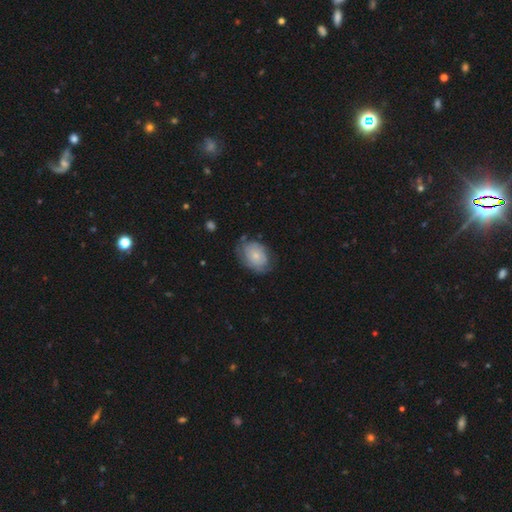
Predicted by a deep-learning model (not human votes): Smooth or featured?
  - smooth: 64% *
  - featured or disk: 29%
  - star or artifact: 7%
How rounded?
  - in between: 75% *
  - round: 24%
  - cigar-shaped: 1%
Merging?
  - none: 61% *
  - minor disturbance: 28%
  - major disturbance: 9%
  - merger: 2%